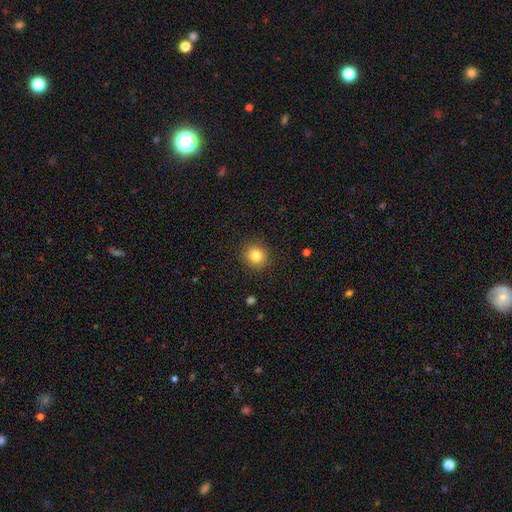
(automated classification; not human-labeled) The model was most divided on "smooth or featured": smooth: 82%, star or artifact: 11%, featured or disk: 7%. More confident: merging — none (90%); how rounded — round (90%).